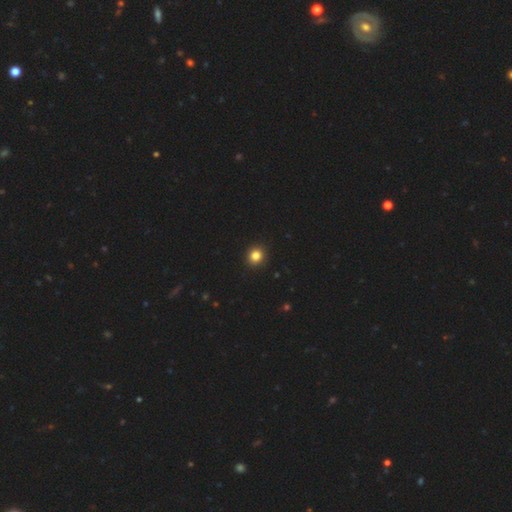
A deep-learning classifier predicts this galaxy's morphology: Smooth or featured? Predicted: smooth (p=0.84). How rounded? Predicted: round (p=0.85). Merging? Predicted: none (p=0.93).